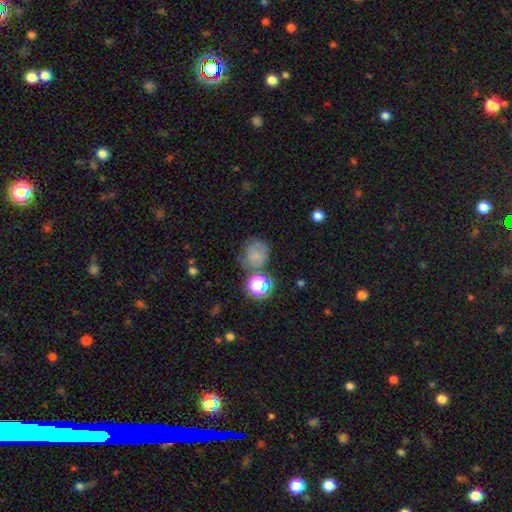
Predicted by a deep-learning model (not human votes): Morphology: type=smooth (63%); roundness=round (77%); merging=none (57%).